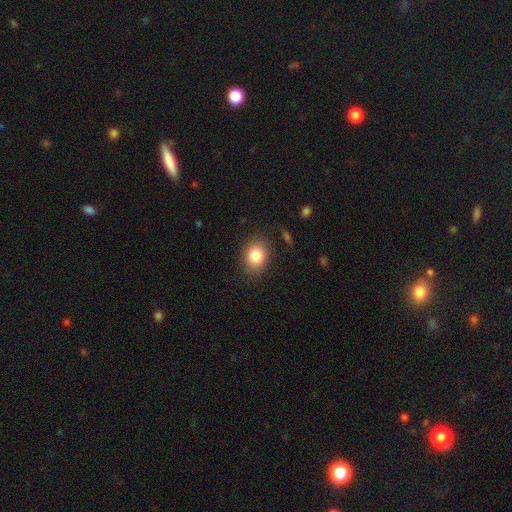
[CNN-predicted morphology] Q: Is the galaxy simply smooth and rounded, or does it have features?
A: smooth — 83%.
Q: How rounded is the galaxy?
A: in between — 58%.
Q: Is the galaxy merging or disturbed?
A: none — 84%.